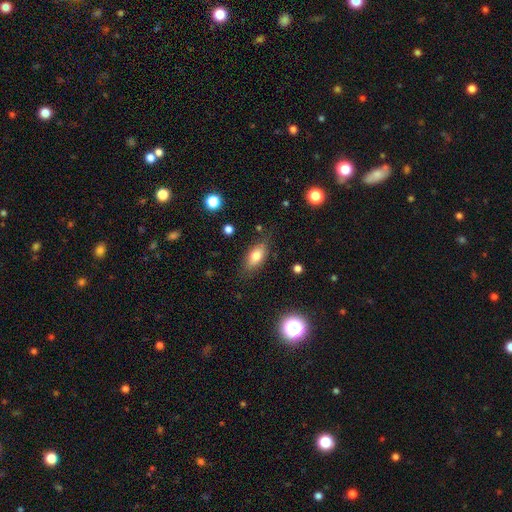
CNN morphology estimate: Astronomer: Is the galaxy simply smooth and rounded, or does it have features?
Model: smooth — 75%.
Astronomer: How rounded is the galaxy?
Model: in between — 84%.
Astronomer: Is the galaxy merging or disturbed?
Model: none — 78%.